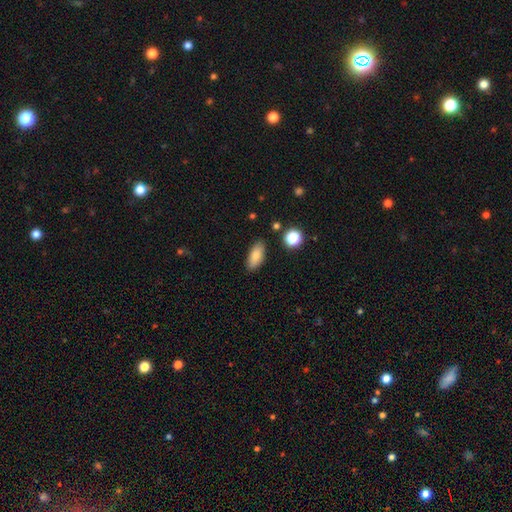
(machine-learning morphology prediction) Smooth or featured? smooth (85%)
How rounded? in between (84%)
Merging? none (85%)